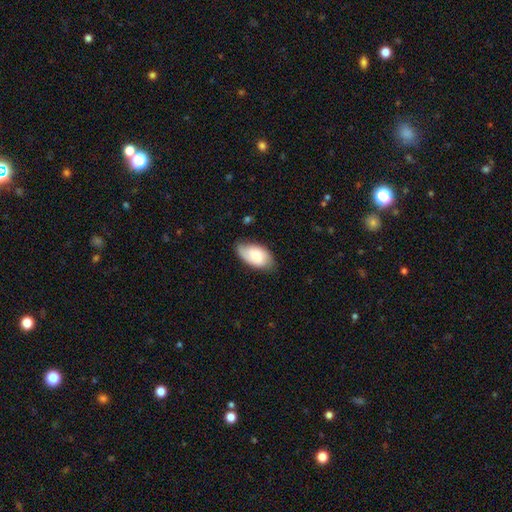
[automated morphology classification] This appears to be a smooth galaxy with no disk features (64%) that is in between round and cigar-shaped (94%). Merging: none (69%).